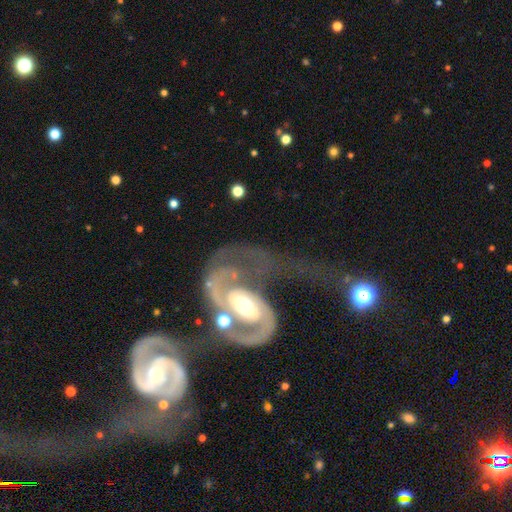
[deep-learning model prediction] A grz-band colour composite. It shows a featured or disk galaxy (84%) with a weak bar (36%), 2 (68%) medium (44%) spiral arms (89%) and a moderate central bulge (59%). Merging: merger (49%).